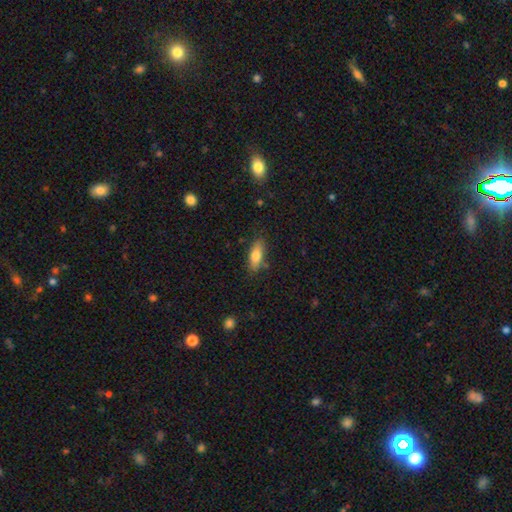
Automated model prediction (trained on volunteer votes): The model was most divided on "how rounded": in between: 69%, cigar-shaped: 28%, round: 3%. More confident: merging — none (80%); smooth or featured — smooth (75%).